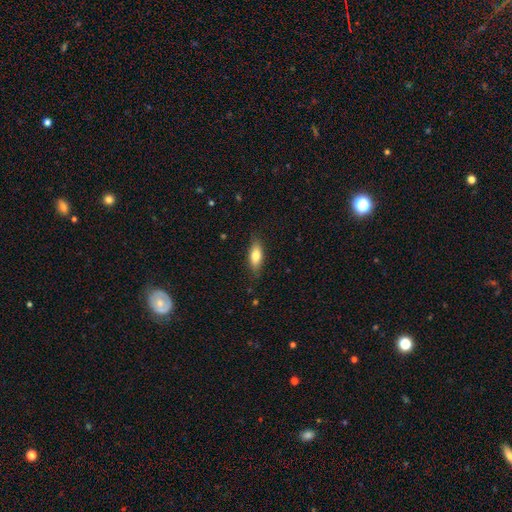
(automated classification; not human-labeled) smooth-or-featured: smooth: 79% | featured or disk: 15% | star or artifact: 6%
  how-rounded: in between: 72% | cigar-shaped: 25% | round: 3%
  merging: none: 83% | minor disturbance: 13% | major disturbance: 3% | merger: 1%